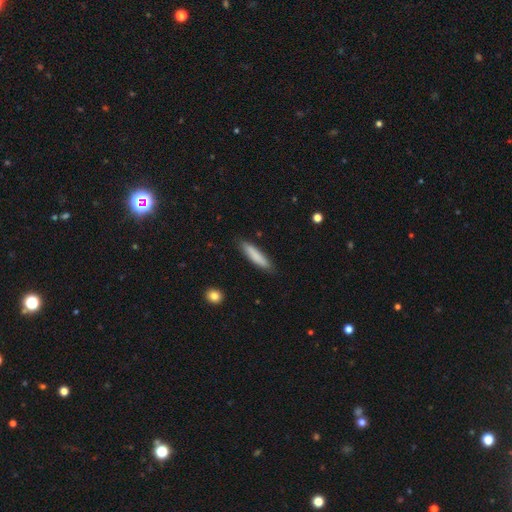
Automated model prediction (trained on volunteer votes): Morphology: type=smooth (83%); roundness=cigar-shaped (86%); merging=none (86%).